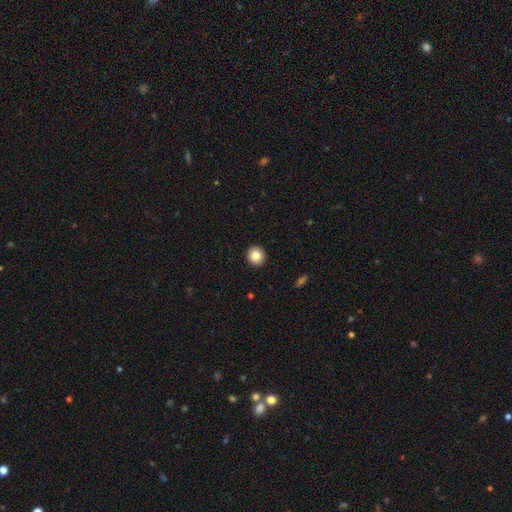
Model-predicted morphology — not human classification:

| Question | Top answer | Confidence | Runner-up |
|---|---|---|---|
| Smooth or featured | smooth | 84% | star or artifact (9%) |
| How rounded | round | 93% | in between (6%) |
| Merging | none | 93% | minor disturbance (4%) |